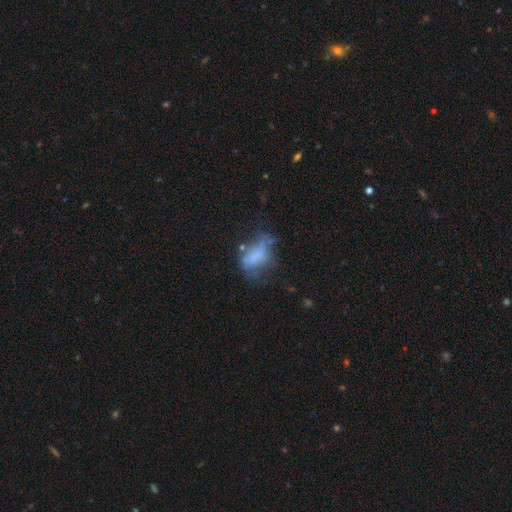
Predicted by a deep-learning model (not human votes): Smooth or featured? smooth (52%)
How rounded? in between (83%)
Merging? major disturbance (34%)